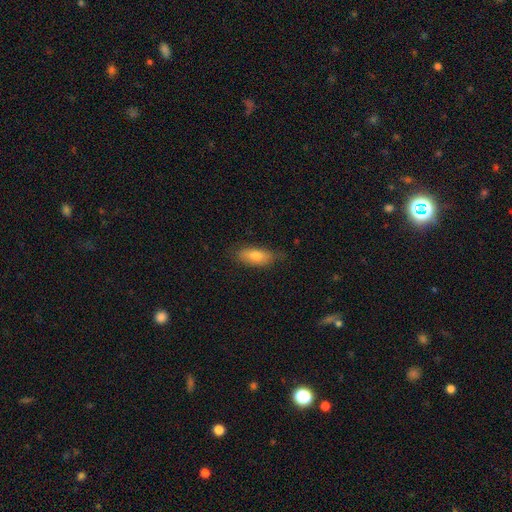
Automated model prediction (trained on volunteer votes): smooth 75%, featured or disk 18%, star or artifact 7%. Down the decision tree: how rounded — in between (76%); merging — none (74%).